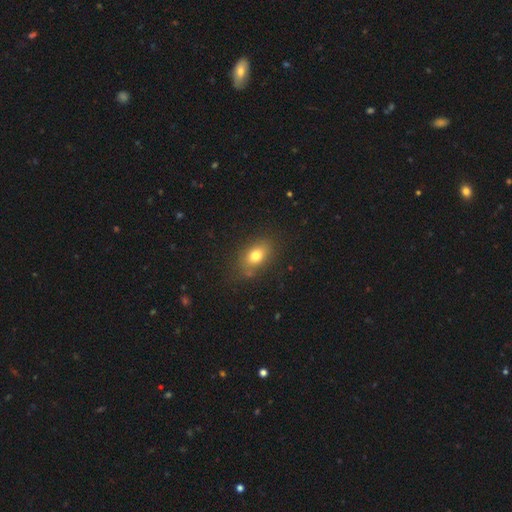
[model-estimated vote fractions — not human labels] Morphology: type=smooth (76%); roundness=in between (80%); merging=none (77%).